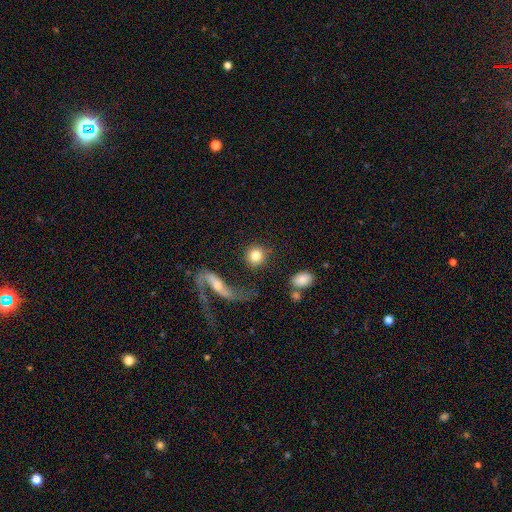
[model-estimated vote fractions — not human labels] Smooth or featured? Predicted: smooth (p=0.80). How rounded? Predicted: round (p=0.91). Merging? Predicted: none (p=0.75).